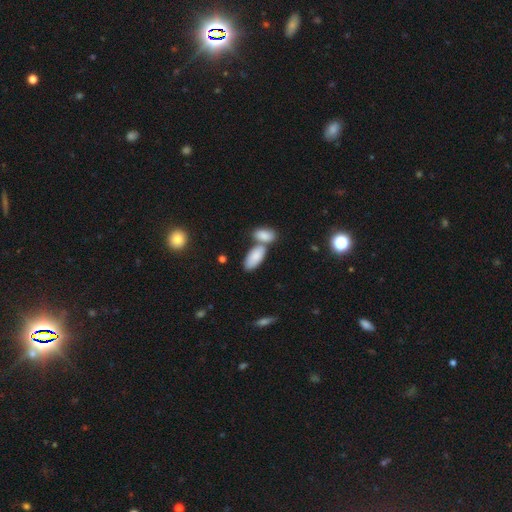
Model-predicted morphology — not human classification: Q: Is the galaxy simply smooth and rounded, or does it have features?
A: smooth — 83%.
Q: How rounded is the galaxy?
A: in between — 91%.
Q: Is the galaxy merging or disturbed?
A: merger — 44%.